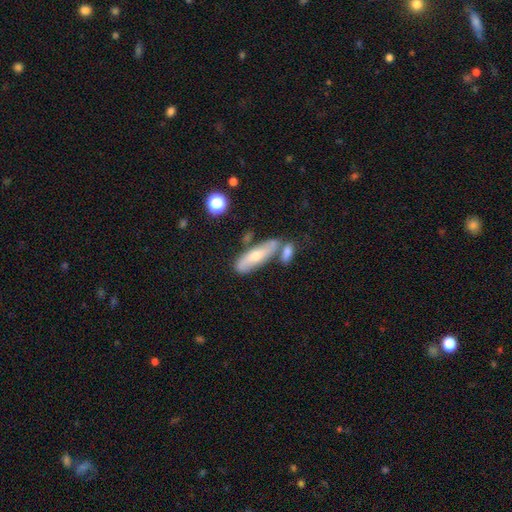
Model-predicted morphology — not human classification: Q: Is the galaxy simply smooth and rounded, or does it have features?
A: smooth — 47%.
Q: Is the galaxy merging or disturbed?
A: none — 58%.